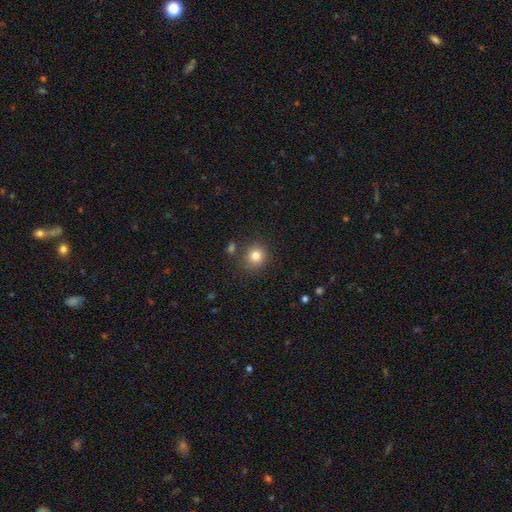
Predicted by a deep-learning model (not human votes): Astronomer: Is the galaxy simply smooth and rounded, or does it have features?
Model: smooth — 82%.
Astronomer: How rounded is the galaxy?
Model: round — 86%.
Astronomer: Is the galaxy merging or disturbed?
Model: none — 82%.